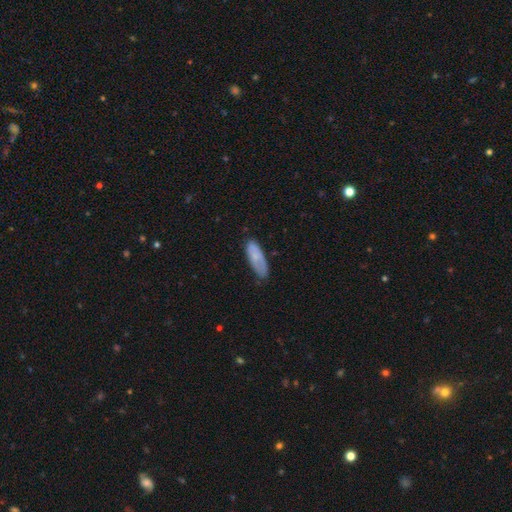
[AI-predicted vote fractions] Smooth or featured: smooth — 71% (featured or disk — 23%)
How rounded: in between — 67% (cigar-shaped — 31%)
Merging: none — 64% (minor disturbance — 27%)